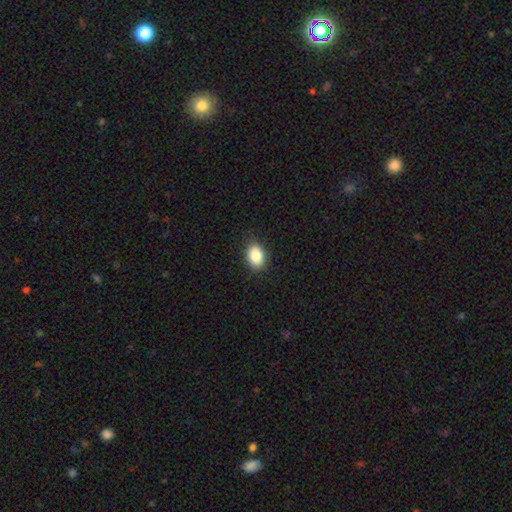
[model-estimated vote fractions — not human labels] Smooth or featured? Predicted: smooth (p=0.87). How rounded? Predicted: in between (p=0.76). Merging? Predicted: none (p=0.87).